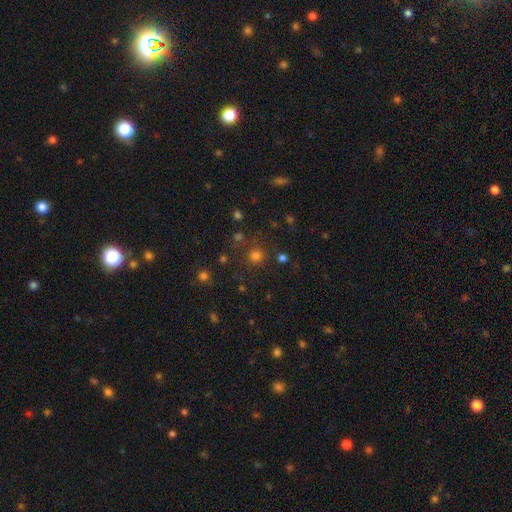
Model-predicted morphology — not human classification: type=smooth (73%); roundness=round (93%); merging=none (82%).